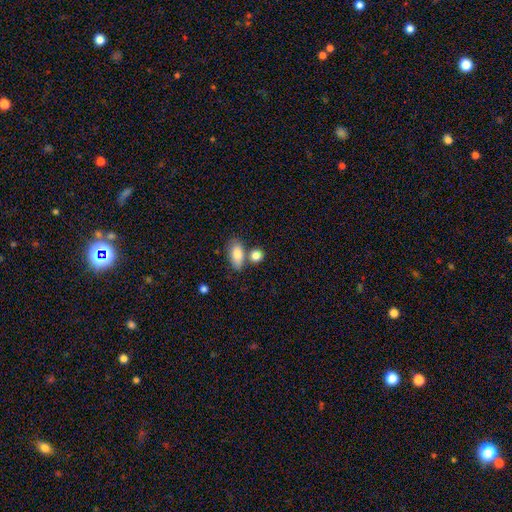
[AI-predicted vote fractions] smooth_or_featured: smooth (p=0.83) [alt: featured or disk p=0.09]
how_rounded: in between (p=0.50) [alt: round p=0.45]
merging: none (p=0.58) [alt: merger p=0.28]